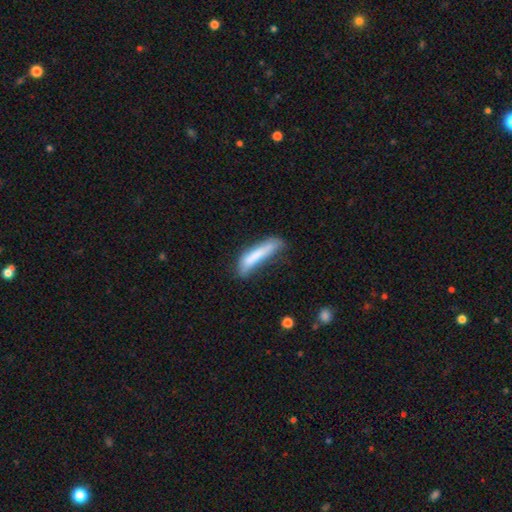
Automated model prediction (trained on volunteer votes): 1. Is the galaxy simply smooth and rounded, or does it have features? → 75% smooth, 19% featured or disk, 7% star or artifact.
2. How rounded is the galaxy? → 86% cigar-shaped, 13% in between, 1% round.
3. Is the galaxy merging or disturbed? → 50% none, 31% minor disturbance, 15% major disturbance, 4% merger.